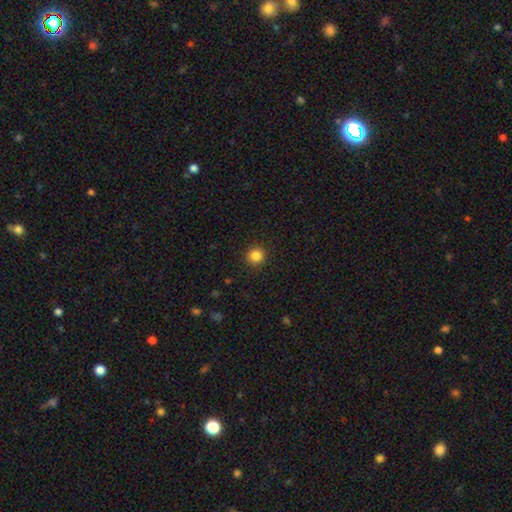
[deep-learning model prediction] This is clearly a smooth galaxy (84%). How rounded: clearly round (94%). Merging: clearly none (92%).